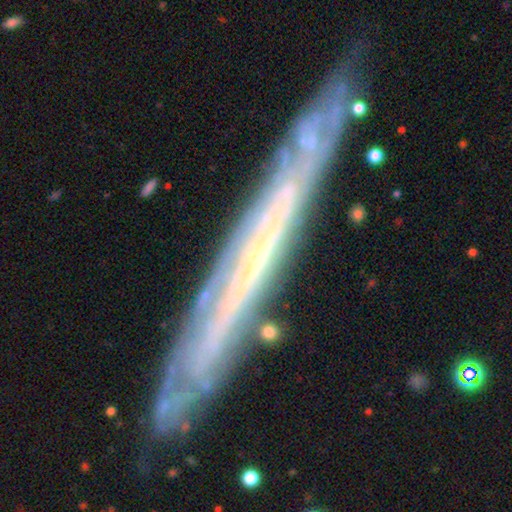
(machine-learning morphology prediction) Q: Smooth or featured?
A: featured or disk (79%); runner-up: smooth (13%)
Q: Edge-on disk?
A: yes (75%); runner-up: no (25%)
Q: Edge-on bulge?
A: none (77%); runner-up: rounded (19%)
Q: Merging?
A: none (83%); runner-up: minor disturbance (13%)